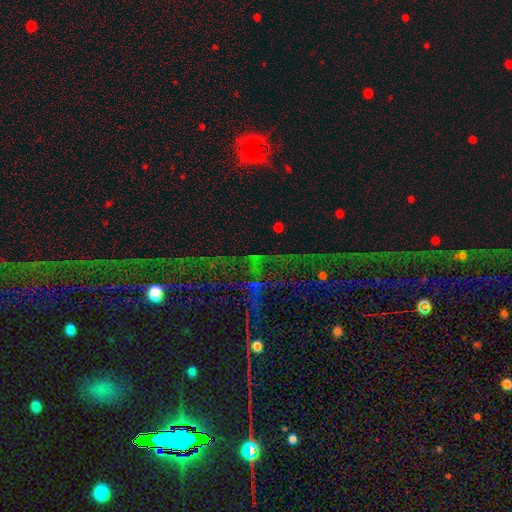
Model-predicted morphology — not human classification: This is likely a star or artifact rather than a galaxy (78%).